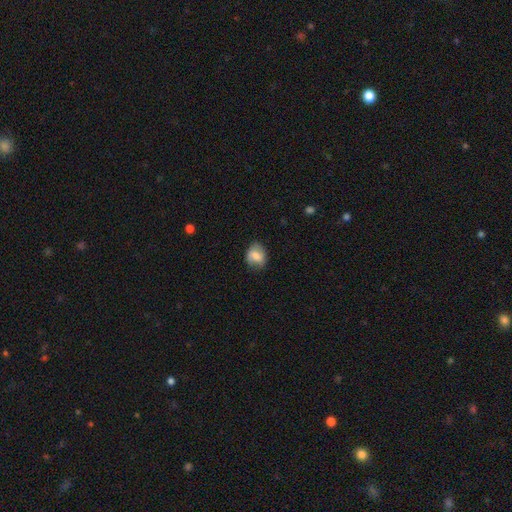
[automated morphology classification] Smooth or featured: smooth — 63% (featured or disk — 29%)
How rounded: round — 50% (in between — 49%)
Merging: none — 69% (minor disturbance — 23%)